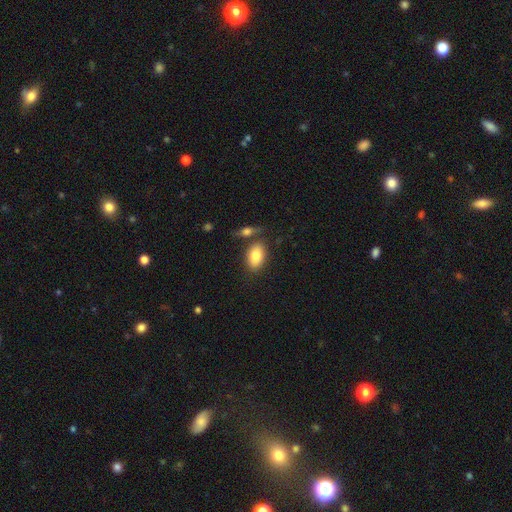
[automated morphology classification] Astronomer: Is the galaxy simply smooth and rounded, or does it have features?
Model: smooth — 82%.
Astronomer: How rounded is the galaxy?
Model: in between — 90%.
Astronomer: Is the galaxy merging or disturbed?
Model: none — 69%.